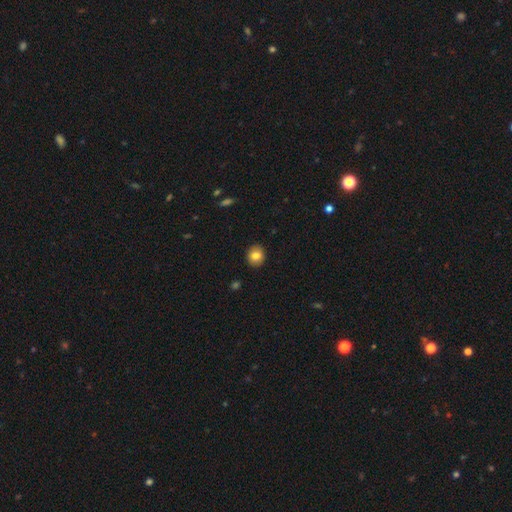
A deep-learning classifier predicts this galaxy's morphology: smooth 81%, featured or disk 10%, star or artifact 9%. Down the decision tree: how rounded — round (75%); merging — none (91%).